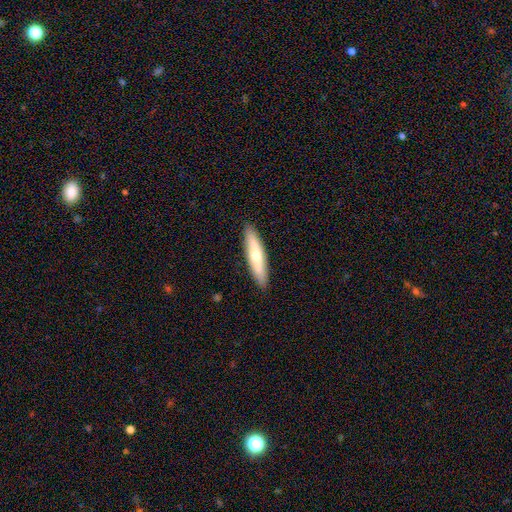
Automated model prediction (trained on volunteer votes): The model was most divided on "smooth or featured": smooth: 55%, featured or disk: 39%, star or artifact: 6%. More confident: merging — none (90%); how rounded — cigar-shaped (82%).